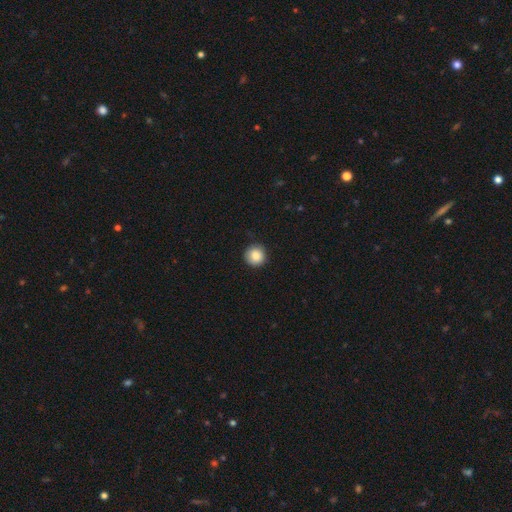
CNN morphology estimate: The model was most divided on "smooth or featured": smooth: 86%, star or artifact: 9%, featured or disk: 5%. More confident: how rounded — round (94%); merging — none (87%).